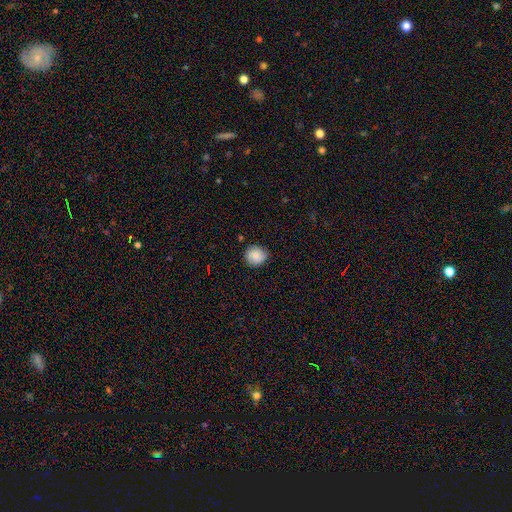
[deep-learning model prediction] A smooth galaxy with no disk features (79%) that is round (89%). Merging: none (82%).